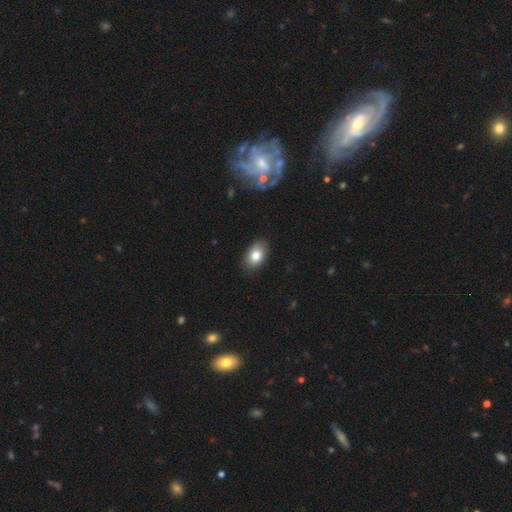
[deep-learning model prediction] Smooth or featured? Predicted: smooth (p=0.80). How rounded? Predicted: in between (p=0.87). Merging? Predicted: none (p=0.84).